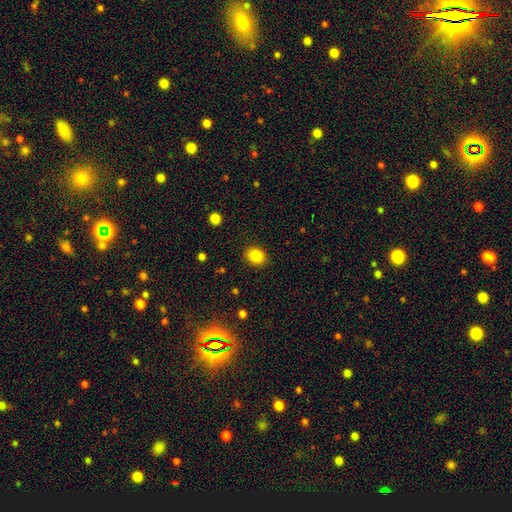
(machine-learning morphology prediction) This appears to be a smooth galaxy with no disk features (85%) that is round (59%). Merging: none (89%).